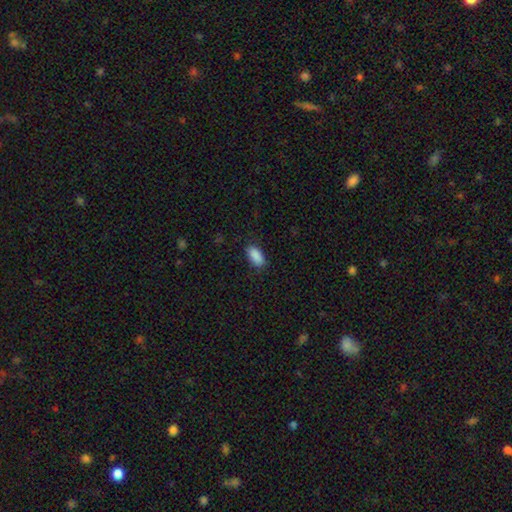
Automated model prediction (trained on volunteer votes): Smooth or featured: smooth — 90% (star or artifact — 7%)
How rounded: in between — 92% (cigar-shaped — 5%)
Merging: none — 84% (minor disturbance — 12%)